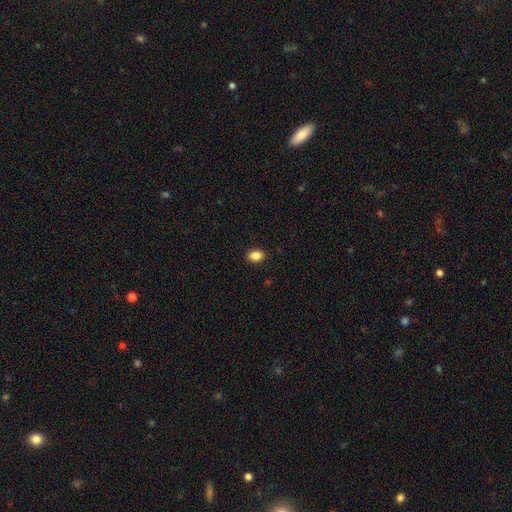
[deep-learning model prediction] Smooth or featured? Predicted: smooth (p=0.87). How rounded? Predicted: in between (p=0.78). Merging? Predicted: none (p=0.90).